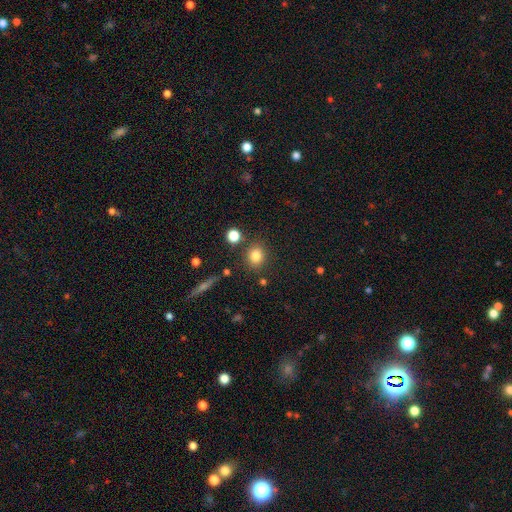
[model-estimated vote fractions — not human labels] Smooth or featured? smooth (81%)
How rounded? round (74%)
Merging? none (82%)